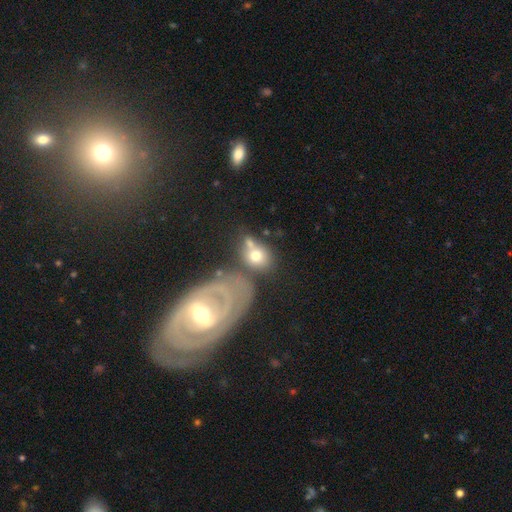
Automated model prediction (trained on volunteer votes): Morphology: type=smooth (62%); roundness=in between (51%); merging=none (37%).